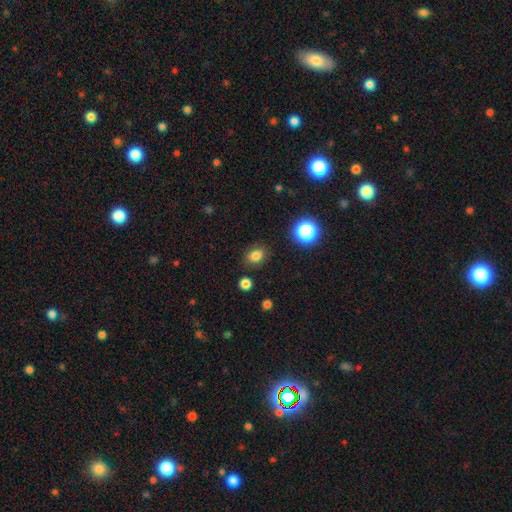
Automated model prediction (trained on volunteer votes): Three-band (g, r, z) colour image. It shows a smooth galaxy with no disk features (81%) that is in between round and cigar-shaped (50%). Merging: none (85%).